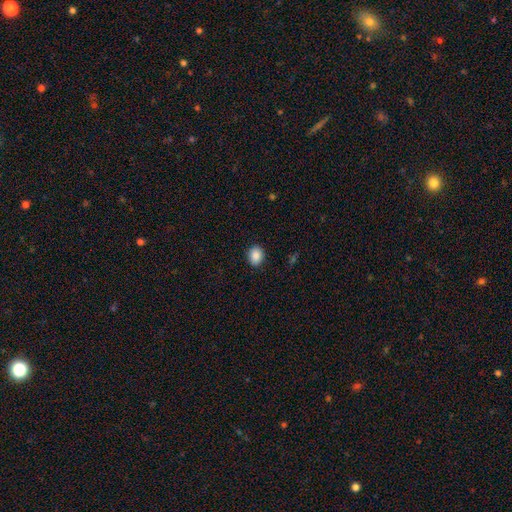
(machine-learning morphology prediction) type=smooth (88%); roundness=in between (58%); merging=none (89%).